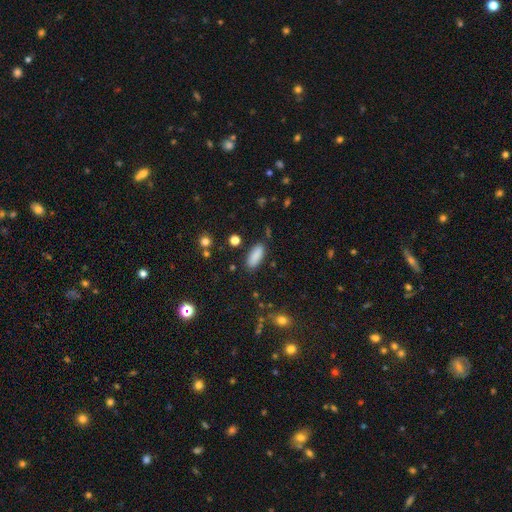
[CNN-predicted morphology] smooth 87%, star or artifact 8%, featured or disk 5%. Down the decision tree: how rounded — in between (76%); merging — none (85%).